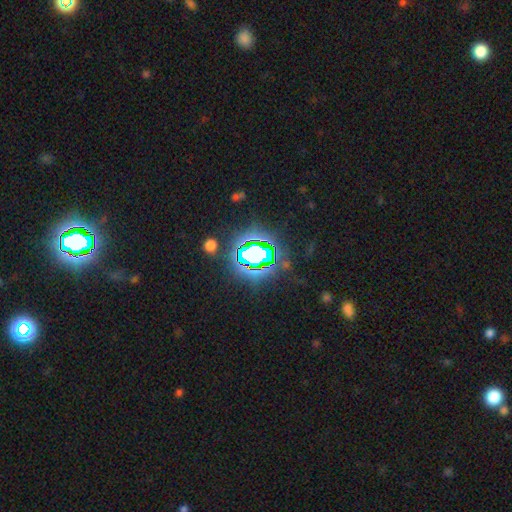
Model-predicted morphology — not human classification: Overall: star or artifact (76%).